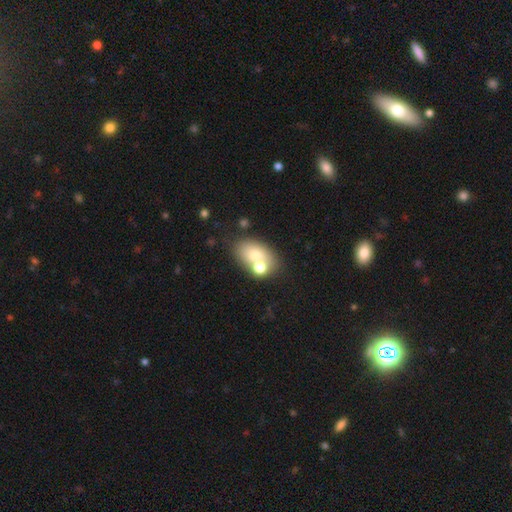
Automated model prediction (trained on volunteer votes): A smooth galaxy with no disk features (67%) that is in between round and cigar-shaped (79%).

Vote fractions:
- Smooth or featured? smooth: 67% / featured or disk: 23% / star or artifact: 11%
- How rounded? in between: 79% / round: 19% / cigar-shaped: 1%
- Merging? none: 50% / merger: 33% / minor disturbance: 11% / major disturbance: 5%